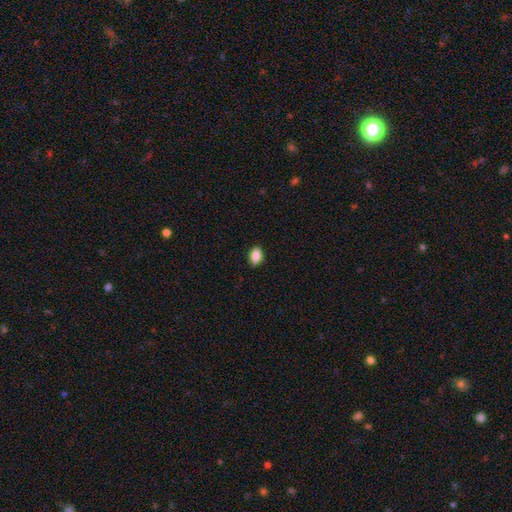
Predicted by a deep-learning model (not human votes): Smooth or featured?
  - smooth: 85% *
  - star or artifact: 8%
  - featured or disk: 7%
How rounded?
  - in between: 86% *
  - round: 11%
  - cigar-shaped: 3%
Merging?
  - none: 85% *
  - minor disturbance: 12%
  - major disturbance: 2%
  - merger: 1%